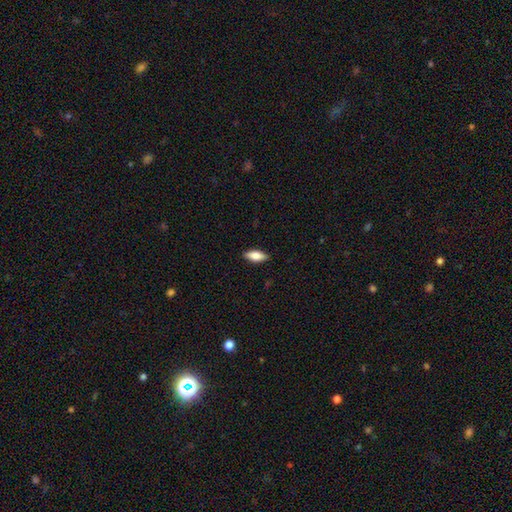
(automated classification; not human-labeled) Smooth or featured? Predicted: smooth (p=0.79). How rounded? Predicted: in between (p=0.81). Merging? Predicted: none (p=0.89).